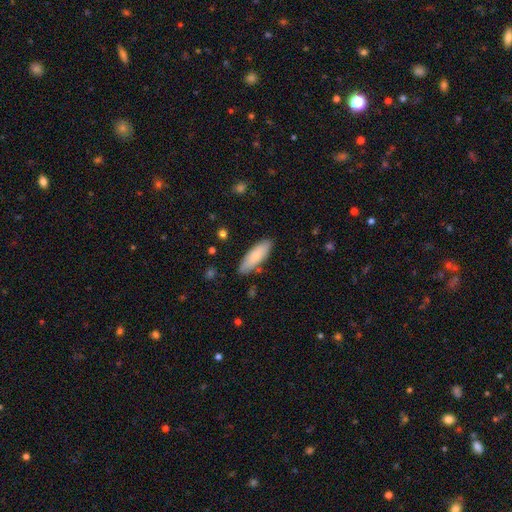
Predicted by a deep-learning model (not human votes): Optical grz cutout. It shows a smooth galaxy with no disk features (79%) that is in between round and cigar-shaped (60%). Merging: none (84%).